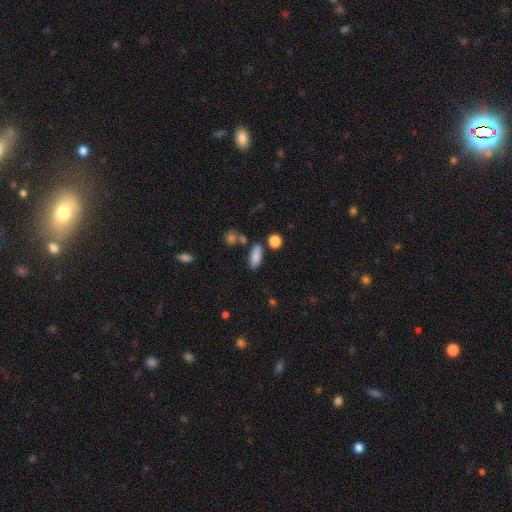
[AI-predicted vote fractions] smooth-or-featured: smooth: 86% | star or artifact: 9% | featured or disk: 6%
  how-rounded: in between: 79% | cigar-shaped: 16% | round: 4%
  merging: none: 74% | minor disturbance: 14% | merger: 8% | major disturbance: 4%